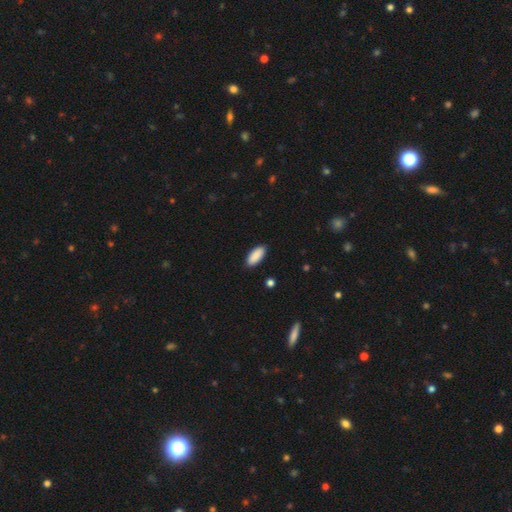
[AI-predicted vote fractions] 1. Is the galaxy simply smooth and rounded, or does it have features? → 90% smooth, 6% star or artifact, 4% featured or disk.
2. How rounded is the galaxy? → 87% in between, 11% cigar-shaped, 2% round.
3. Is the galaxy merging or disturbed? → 89% none, 8% minor disturbance, 2% major disturbance, 1% merger.